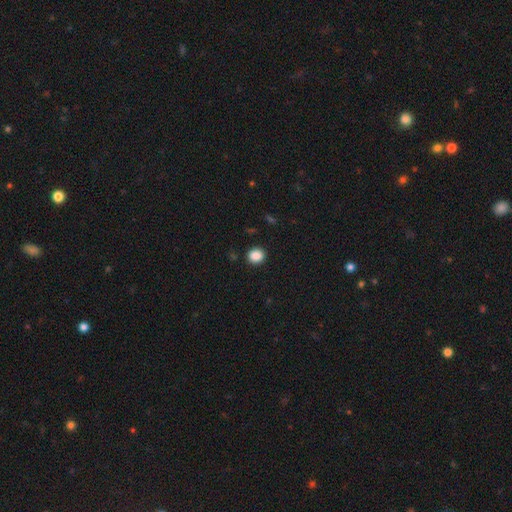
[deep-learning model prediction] A smooth galaxy with no disk features (88%) that is round (76%). Merging: none (89%).